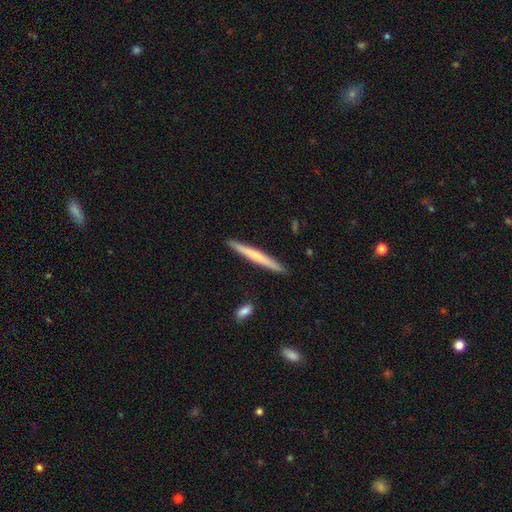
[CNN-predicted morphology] smooth-or-featured: smooth: 52% | featured or disk: 42% | star or artifact: 6%
  how-rounded: cigar-shaped: 97% | in between: 2% | round: 1%
  merging: none: 91% | minor disturbance: 7% | merger: 1% | major disturbance: 1%